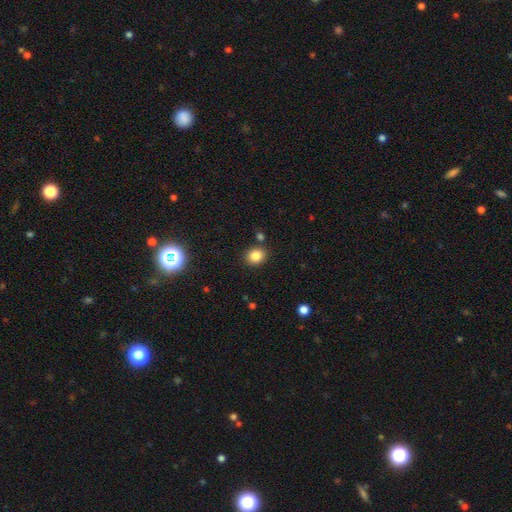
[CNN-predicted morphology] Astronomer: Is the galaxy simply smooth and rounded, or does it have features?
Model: smooth — 84%.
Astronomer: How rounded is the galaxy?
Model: round — 68%.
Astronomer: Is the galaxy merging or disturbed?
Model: none — 84%.